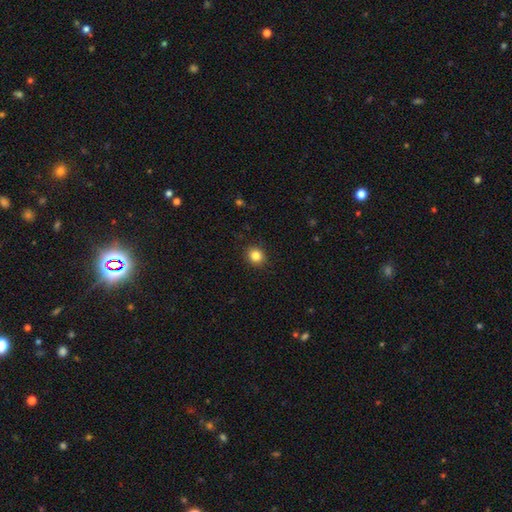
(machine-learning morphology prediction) Smooth or featured? smooth (85%)
How rounded? round (81%)
Merging? none (91%)